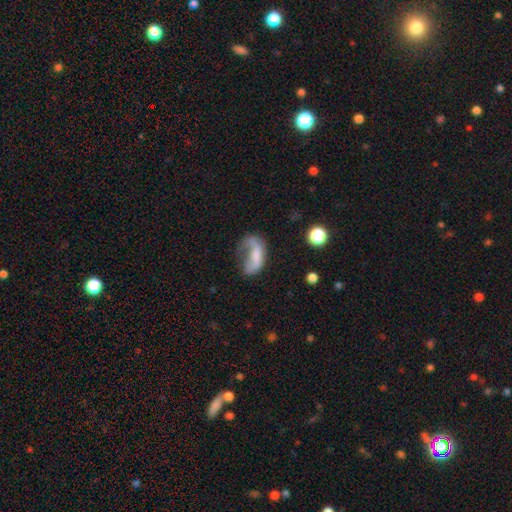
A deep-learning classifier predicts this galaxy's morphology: Smooth or featured? smooth (52%)
How rounded? in between (83%)
Merging? major disturbance (51%)